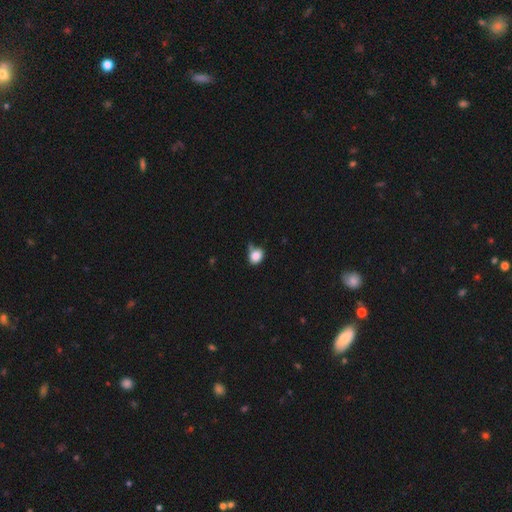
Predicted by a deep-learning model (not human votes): Smooth or featured? Predicted: smooth (p=0.84). How rounded? Predicted: round (p=0.55). Merging? Predicted: none (p=0.49).